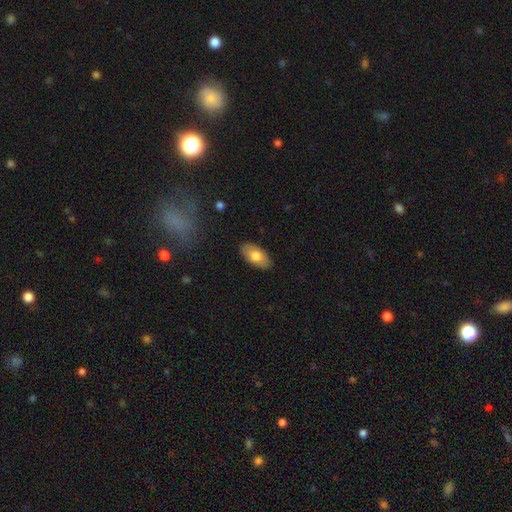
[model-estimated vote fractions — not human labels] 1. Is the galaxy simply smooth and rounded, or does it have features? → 77% smooth, 17% featured or disk, 6% star or artifact.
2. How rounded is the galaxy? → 94% in between, 3% round, 3% cigar-shaped.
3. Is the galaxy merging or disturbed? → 87% none, 10% minor disturbance, 2% major disturbance, 1% merger.